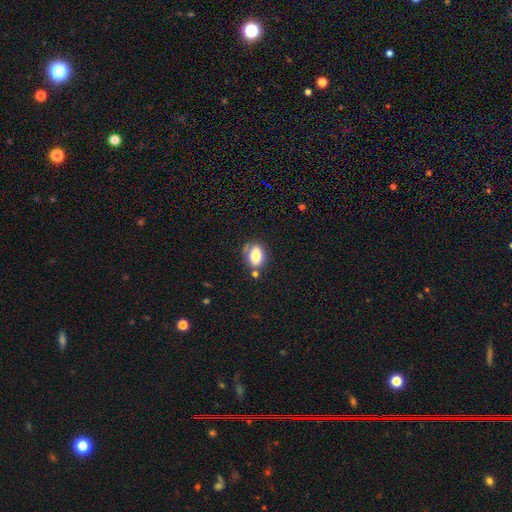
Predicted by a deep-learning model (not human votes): Smooth or featured?
  - smooth: 78% *
  - featured or disk: 13%
  - star or artifact: 9%
How rounded?
  - in between: 72% *
  - round: 27%
  - cigar-shaped: 2%
Merging?
  - none: 63% *
  - minor disturbance: 19%
  - merger: 13%
  - major disturbance: 5%